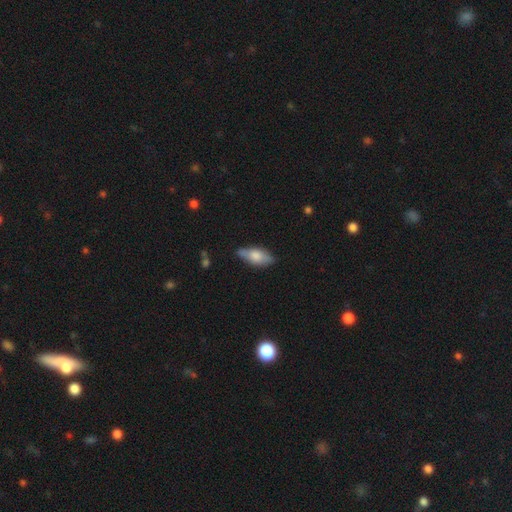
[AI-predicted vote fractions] Smooth or featured? Predicted: smooth (p=0.65). How rounded? Predicted: in between (p=0.81). Merging? Predicted: none (p=0.69).